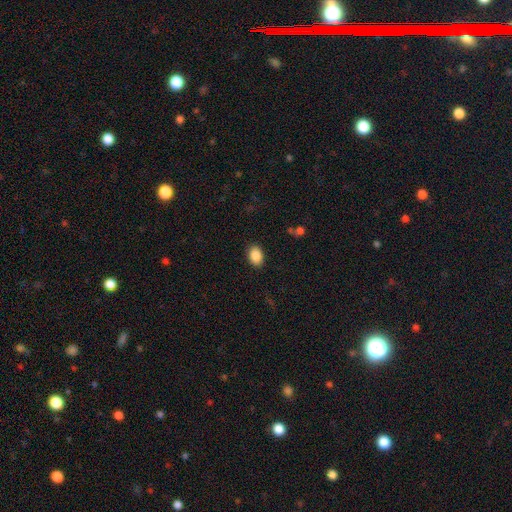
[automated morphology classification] A smooth galaxy with no disk features (88%) that is in between round and cigar-shaped (84%). Merging: none (89%).